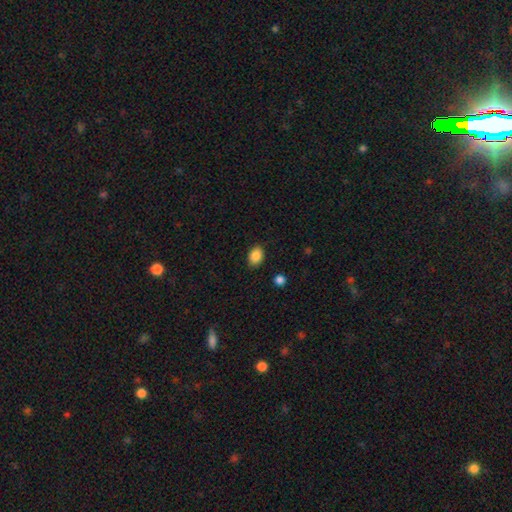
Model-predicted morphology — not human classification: Smooth or featured? Predicted: smooth (p=0.88). How rounded? Predicted: in between (p=0.76). Merging? Predicted: none (p=0.88).